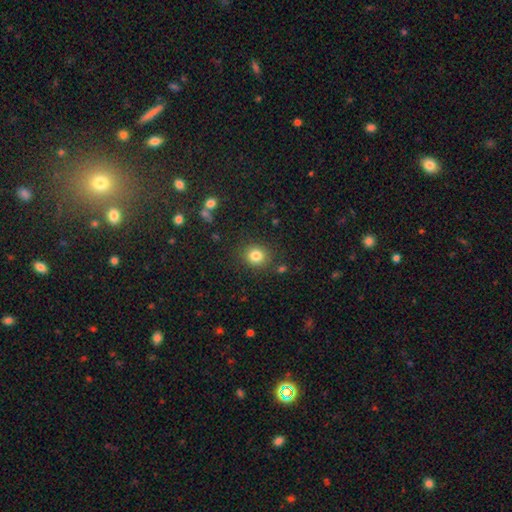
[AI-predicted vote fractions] Overall: smooth (82%). How rounded: round (86%). Merging: none (86%).